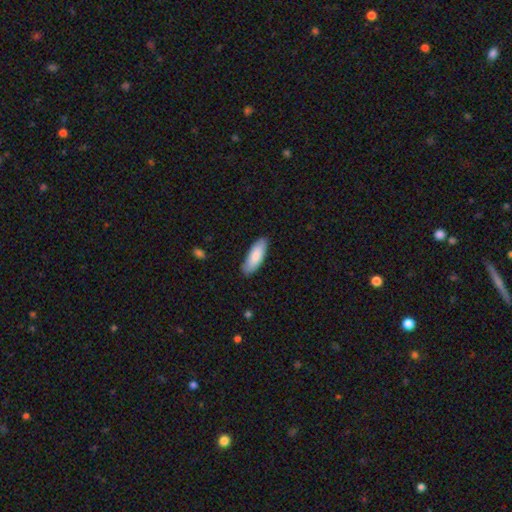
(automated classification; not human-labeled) smooth-or-featured: smooth: 84% | featured or disk: 10% | star or artifact: 5%
  how-rounded: in between: 67% | cigar-shaped: 32% | round: 1%
  merging: none: 85% | minor disturbance: 12% | major disturbance: 2% | merger: 1%